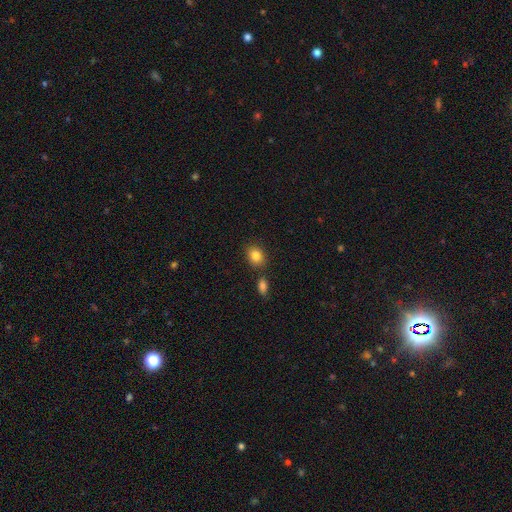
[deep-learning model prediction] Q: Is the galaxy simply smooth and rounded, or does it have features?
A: smooth — 84%.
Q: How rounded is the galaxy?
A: in between — 54%.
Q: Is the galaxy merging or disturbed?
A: none — 77%.